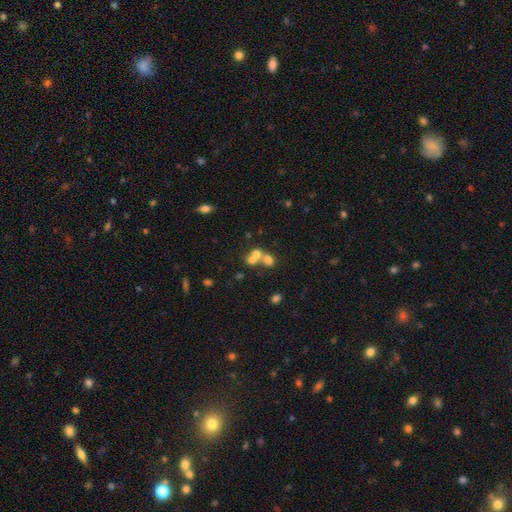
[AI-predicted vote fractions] smooth 60%, featured or disk 23%, star or artifact 16%. Down the decision tree: how rounded — round (73%); merging — merger (60%).